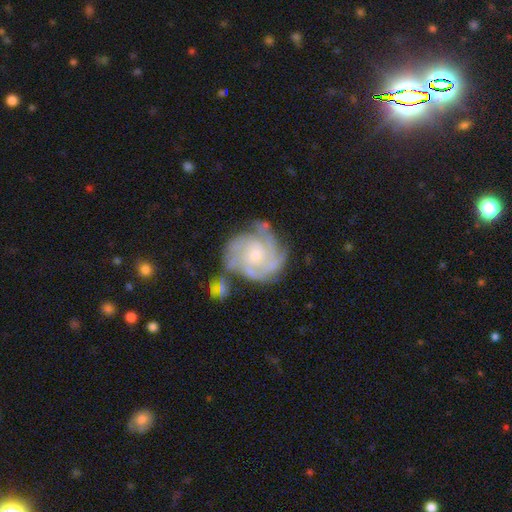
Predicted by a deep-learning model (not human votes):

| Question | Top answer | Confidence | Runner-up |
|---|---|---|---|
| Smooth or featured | featured or disk | 86% | smooth (9%) |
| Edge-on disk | no | 98% | yes (2%) |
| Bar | no | 75% | weak (21%) |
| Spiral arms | yes | 96% | no (4%) |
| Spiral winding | tight | 65% | medium (29%) |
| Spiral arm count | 3 | 33% | can't tell (21%) |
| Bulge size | small | 71% | moderate (24%) |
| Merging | none | 51% | minor disturbance (21%) |